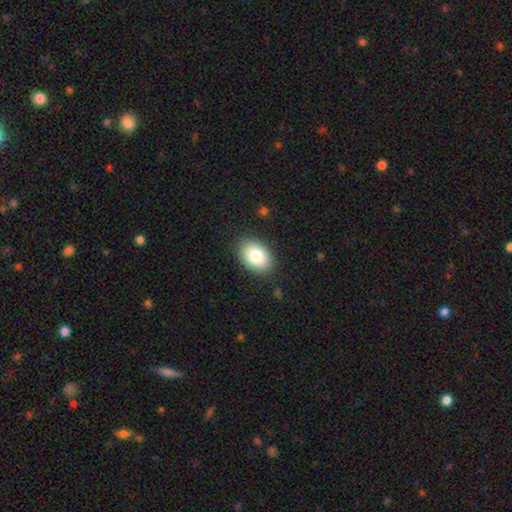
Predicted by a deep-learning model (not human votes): This is clearly a smooth galaxy (83%). How rounded: clearly in between (81%). Merging: clearly none (86%).